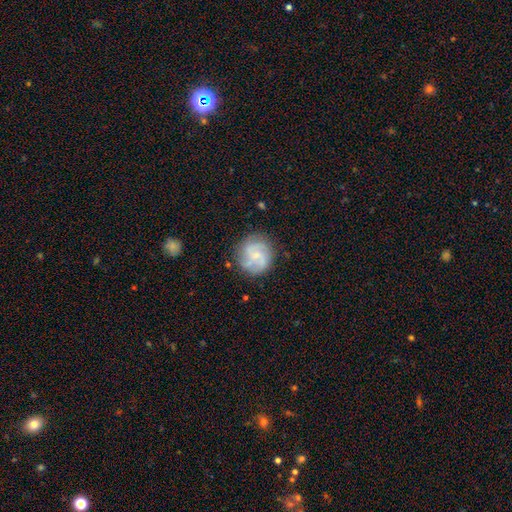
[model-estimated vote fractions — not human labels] A featured or disk galaxy (67%) with no bar (58%), 3 (33%) medium (45%) spiral arms (90%) and a small central bulge (65%).

Vote fractions:
- Smooth or featured? featured or disk: 67% / smooth: 26% / star or artifact: 7%
- Edge-on disk? no: 98% / yes: 2%
- Bar? no: 58% / weak: 37% / strong: 6%
- Spiral arms? yes: 90% / no: 10%
- Spiral winding? medium: 45% / tight: 32% / loose: 23%
- Spiral arm count? 3: 33% / 2: 24% / can't tell: 23% / 4: 10% / 1: 5% / more than 4: 5%
- Bulge size? small: 65% / moderate: 22% / none: 11% / large: 2% / dominant: 1%
- Merging? none: 77% / minor disturbance: 15% / major disturbance: 6% / merger: 2%